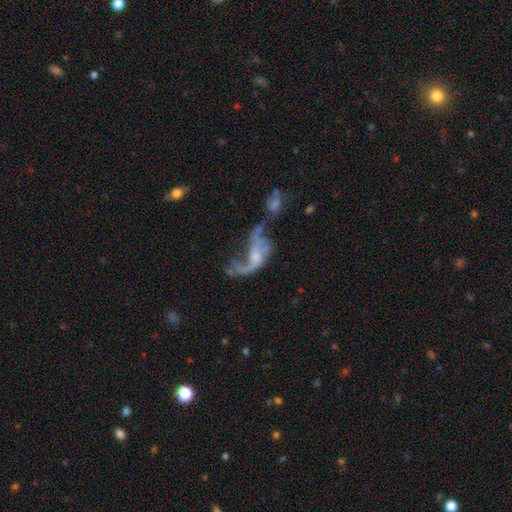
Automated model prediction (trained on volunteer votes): This is likely a featured or disk galaxy (73%). It is clearly not viewed edge-on (94%). Bar: likely no (64%). Spiral arm pattern: likely yes (70%). Central bulge: possibly small (46%). Merging: marginally major disturbance (36%).